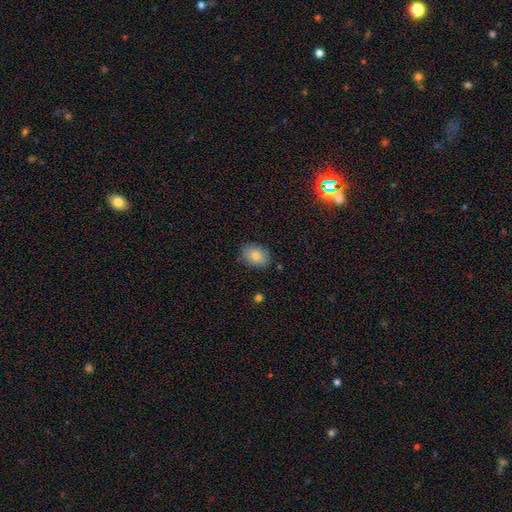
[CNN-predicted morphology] Smooth or featured: smooth — 80% (featured or disk — 11%)
How rounded: in between — 70% (round — 29%)
Merging: none — 84% (minor disturbance — 12%)